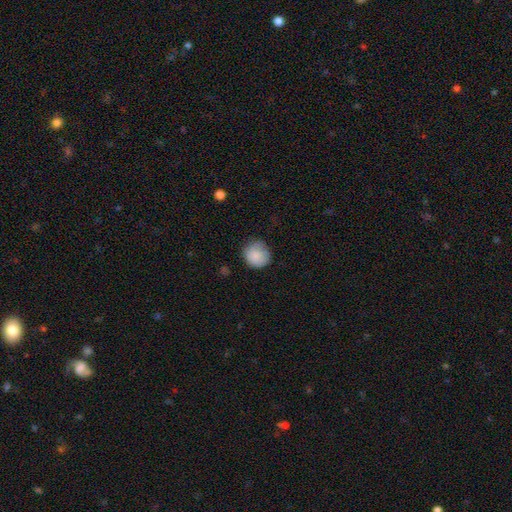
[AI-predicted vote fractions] Smooth or featured? smooth (86%)
How rounded? round (88%)
Merging? none (74%)